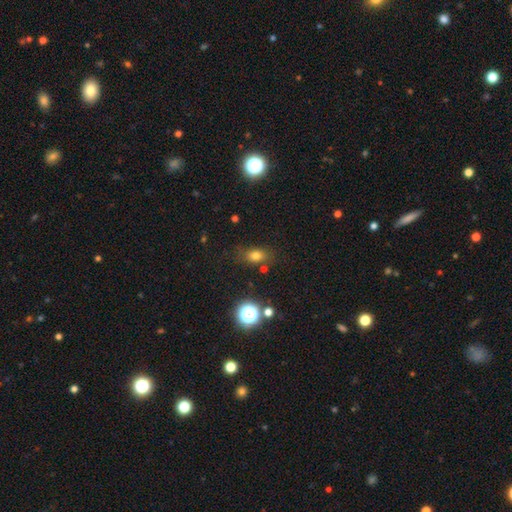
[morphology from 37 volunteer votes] A smooth galaxy with no disk features (84%) that is in between round and cigar-shaped (65%).

Vote fractions:
- Smooth or featured? smooth: 84% / featured or disk: 14% / star or artifact: 3%
- How rounded? in between: 65% / round: 29% / cigar-shaped: 6%
- Merging? none: 81% / minor disturbance: 11% / merger: 6% / major disturbance: 3%